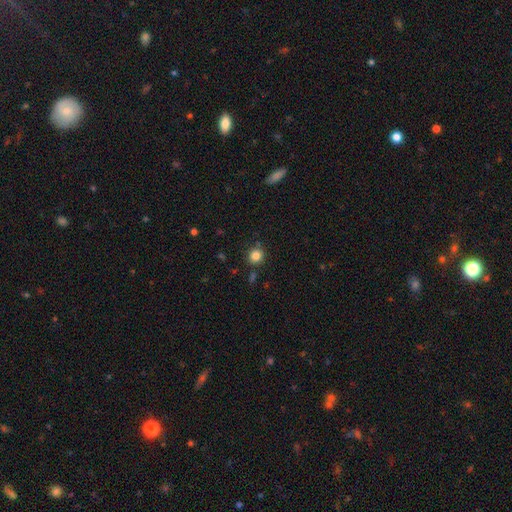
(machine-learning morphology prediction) Q: Smooth or featured?
A: smooth (83%); runner-up: star or artifact (12%)
Q: How rounded?
A: round (89%); runner-up: in between (10%)
Q: Merging?
A: none (85%); runner-up: minor disturbance (9%)